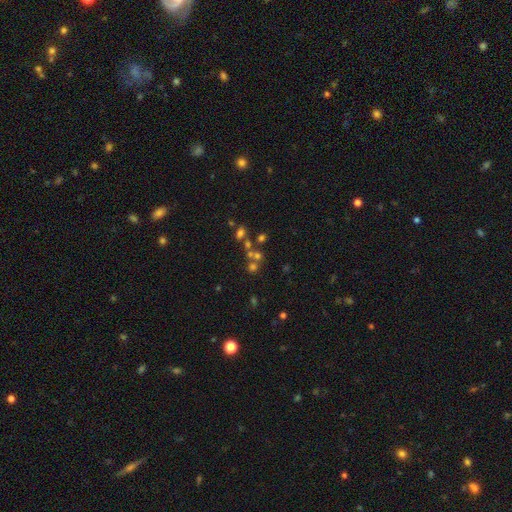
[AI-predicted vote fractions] This is marginally a star or artifact rather than a galaxy (41%).